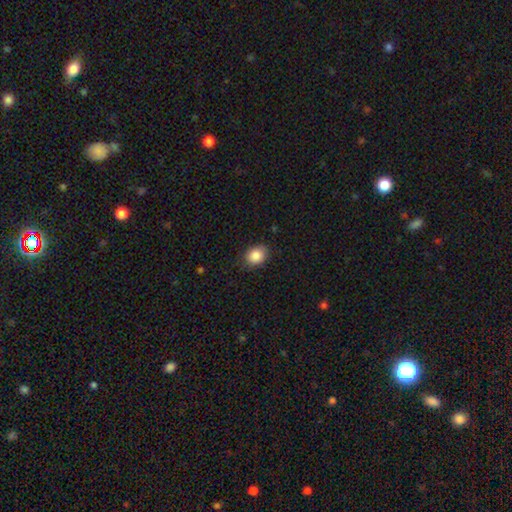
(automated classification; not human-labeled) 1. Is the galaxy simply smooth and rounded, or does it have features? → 87% smooth, 9% star or artifact, 5% featured or disk.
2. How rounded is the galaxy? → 53% in between, 46% round, 1% cigar-shaped.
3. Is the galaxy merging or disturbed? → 81% none, 15% minor disturbance, 3% major disturbance, 1% merger.